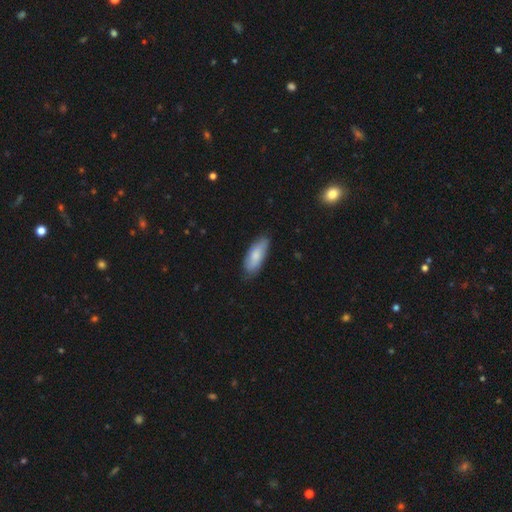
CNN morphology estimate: A smooth galaxy with no disk features (74%) that is in between round and cigar-shaped (75%).

Vote fractions:
- Smooth or featured? smooth: 74% / featured or disk: 21% / star or artifact: 6%
- How rounded? in between: 75% / cigar-shaped: 23% / round: 2%
- Merging? none: 75% / minor disturbance: 21% / major disturbance: 3% / merger: 1%